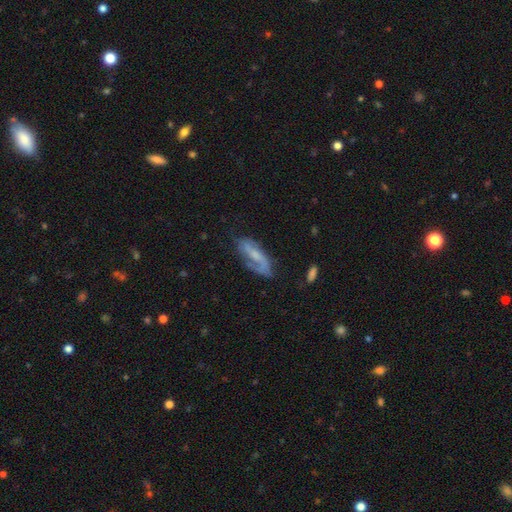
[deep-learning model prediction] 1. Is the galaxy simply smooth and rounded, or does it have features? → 70% featured or disk, 23% smooth, 7% star or artifact.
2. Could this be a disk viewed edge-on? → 90% no, 10% yes.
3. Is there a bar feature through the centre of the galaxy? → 41% weak, 39% no, 19% strong.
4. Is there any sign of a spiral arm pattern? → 89% yes, 11% no.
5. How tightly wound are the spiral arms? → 42% medium, 36% loose, 22% tight.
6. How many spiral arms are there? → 68% 2, 19% 1, 10% can't tell, 1% 3, 1% 4, 1% more than 4.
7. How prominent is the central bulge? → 44% small, 30% moderate, 21% none, 4% large, 1% dominant.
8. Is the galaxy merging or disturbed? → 60% none, 24% minor disturbance, 13% major disturbance, 3% merger.